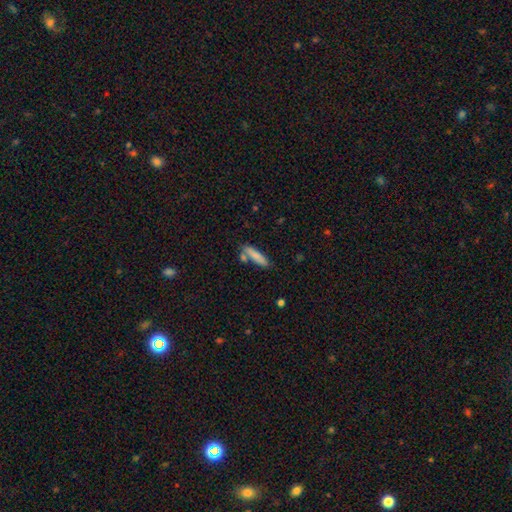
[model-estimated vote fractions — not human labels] Smooth or featured? smooth (79%)
How rounded? cigar-shaped (75%)
Merging? none (67%)